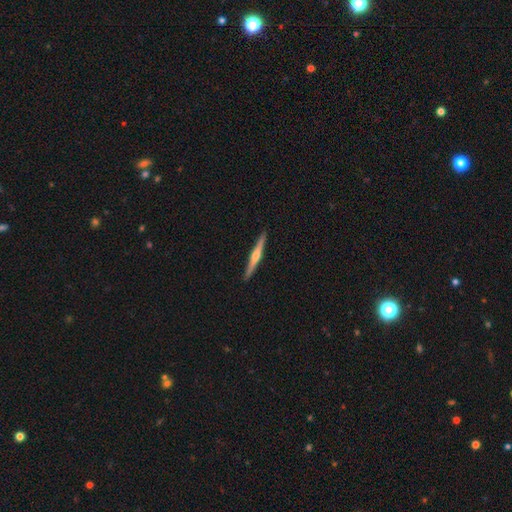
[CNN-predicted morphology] Smooth or featured? Predicted: featured or disk (p=0.74). Edge-on disk? Predicted: yes (p=0.98). Edge-on bulge? Predicted: rounded (p=0.87). Merging? Predicted: none (p=0.92).